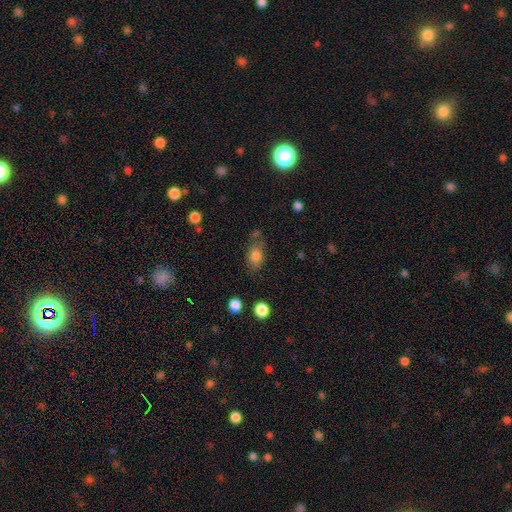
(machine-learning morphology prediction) Smooth or featured? smooth (80%)
How rounded? in between (79%)
Merging? none (64%)